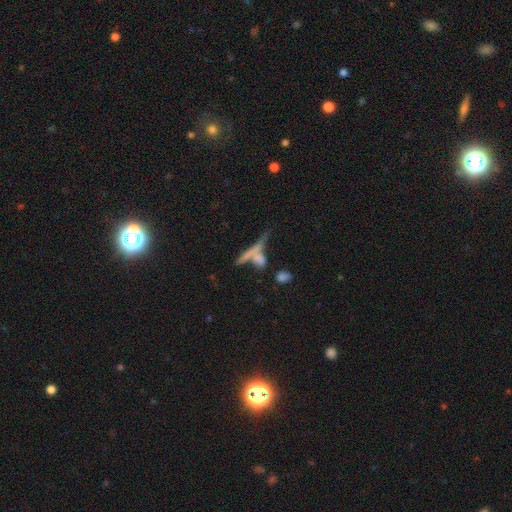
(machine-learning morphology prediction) A smooth galaxy with no disk features (51%) that is cigar-shaped (69%). Merging: merger (47%).